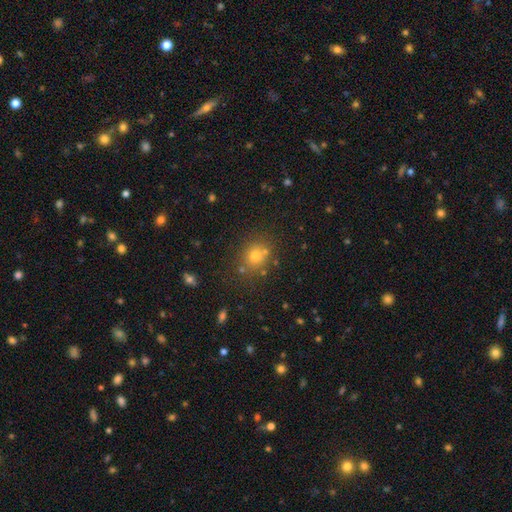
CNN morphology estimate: smooth_or_featured: smooth (p=0.70) [alt: star or artifact p=0.21]
how_rounded: round (p=0.77) [alt: in between p=0.22]
merging: none (p=0.74) [alt: minor disturbance p=0.11]